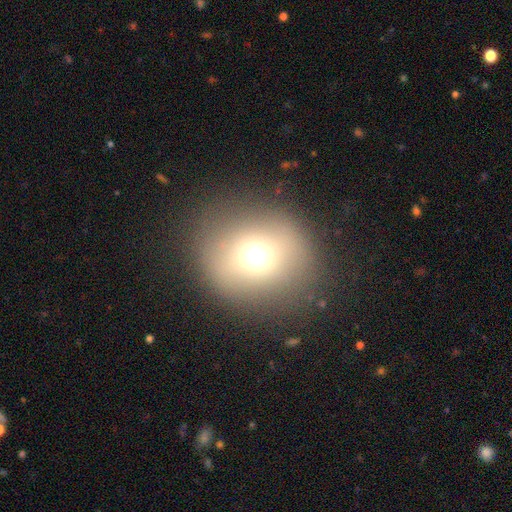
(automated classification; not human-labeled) Q: Smooth or featured?
A: smooth (66%); runner-up: featured or disk (17%)
Q: How rounded?
A: round (82%); runner-up: in between (17%)
Q: Merging?
A: none (84%); runner-up: minor disturbance (10%)